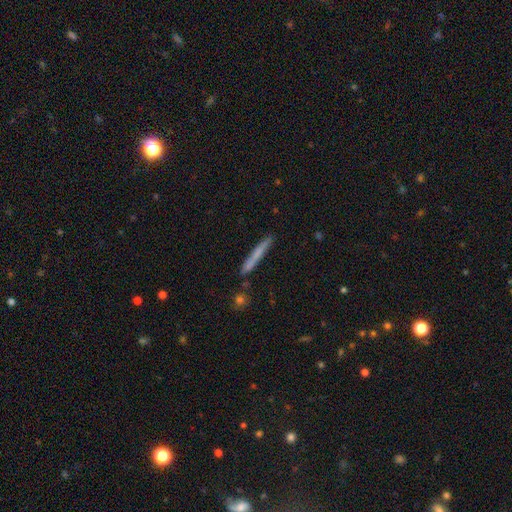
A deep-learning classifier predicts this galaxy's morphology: This is possibly a smooth galaxy (59%). How rounded: clearly cigar-shaped (96%). Merging: clearly none (85%).